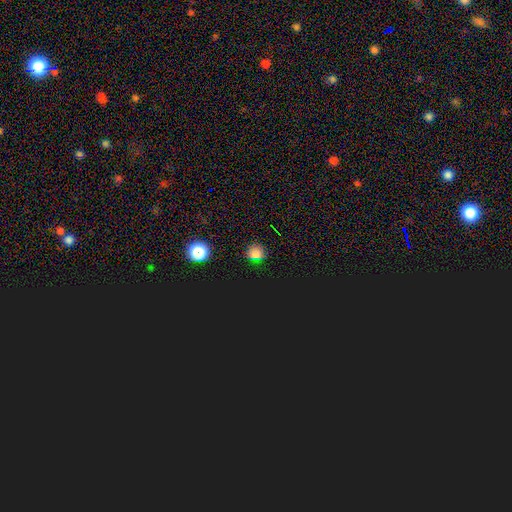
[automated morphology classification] type=smooth (55%); roundness=round (75%); merging=none (82%).